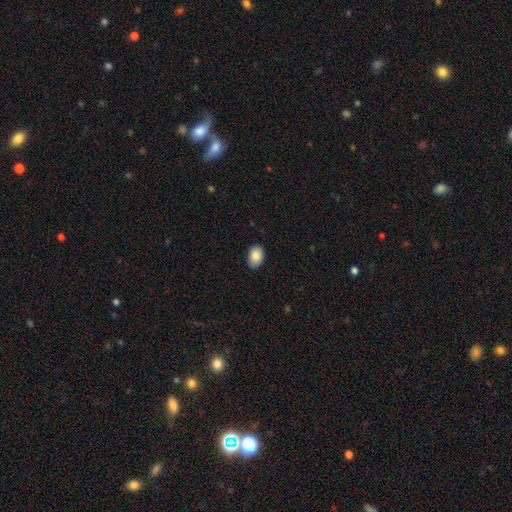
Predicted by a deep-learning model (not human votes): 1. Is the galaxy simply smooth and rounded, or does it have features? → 86% smooth, 7% star or artifact, 7% featured or disk.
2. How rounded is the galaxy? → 84% in between, 15% round, 1% cigar-shaped.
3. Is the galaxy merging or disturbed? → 86% none, 11% minor disturbance, 2% major disturbance, 1% merger.